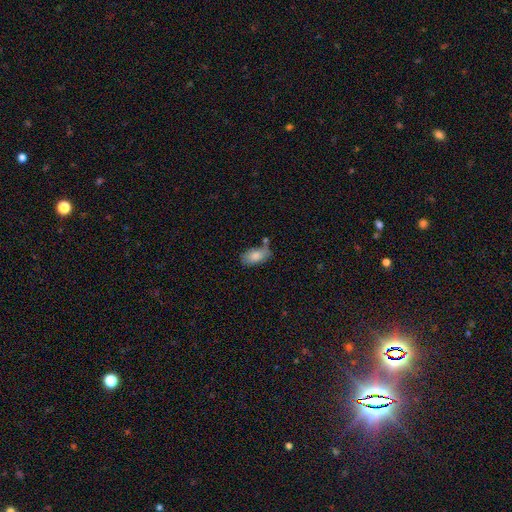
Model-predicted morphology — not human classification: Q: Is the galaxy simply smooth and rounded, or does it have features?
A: smooth — 82%.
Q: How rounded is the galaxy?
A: in between — 93%.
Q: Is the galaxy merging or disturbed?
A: none — 58%.